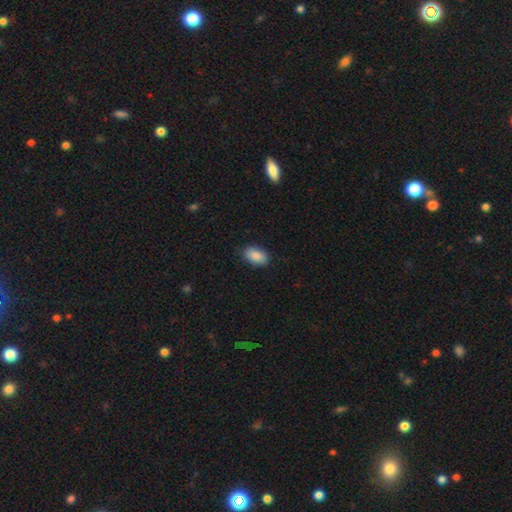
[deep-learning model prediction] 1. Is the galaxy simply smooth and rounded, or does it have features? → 89% smooth, 7% star or artifact, 4% featured or disk.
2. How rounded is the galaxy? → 92% in between, 7% round, 2% cigar-shaped.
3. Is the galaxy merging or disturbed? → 86% none, 10% minor disturbance, 2% major disturbance, 1% merger.